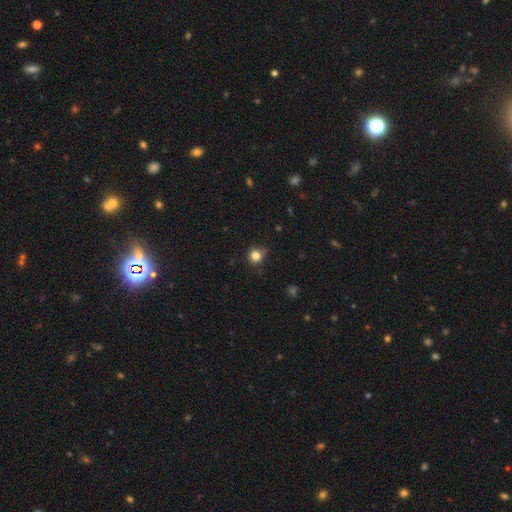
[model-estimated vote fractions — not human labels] Smooth or featured: smooth — 82% (star or artifact — 13%)
How rounded: round — 88% (in between — 11%)
Merging: none — 76% (minor disturbance — 18%)